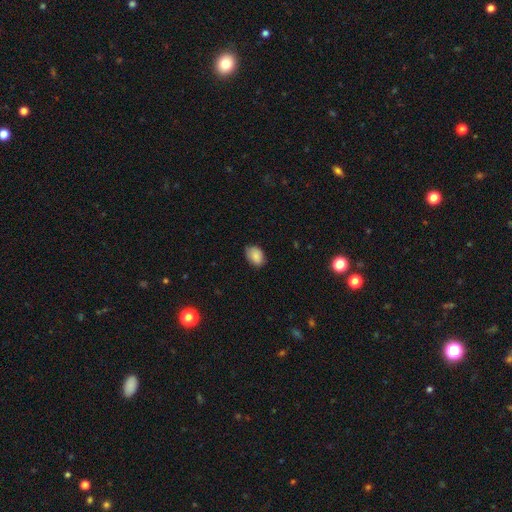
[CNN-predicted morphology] Smooth or featured? smooth (86%)
How rounded? in between (80%)
Merging? none (76%)